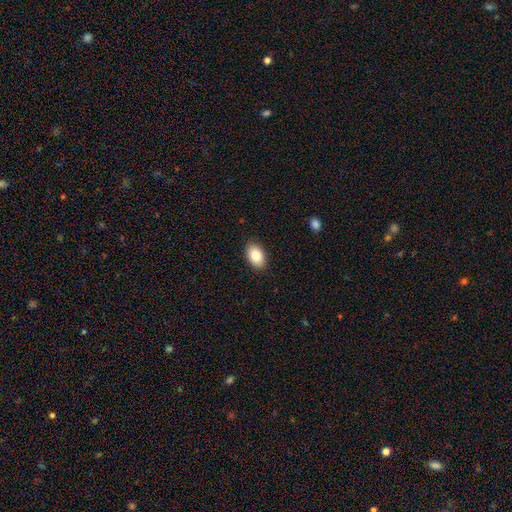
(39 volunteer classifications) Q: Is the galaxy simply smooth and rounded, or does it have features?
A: smooth — 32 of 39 (82%).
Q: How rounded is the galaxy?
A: in between — 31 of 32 (97%).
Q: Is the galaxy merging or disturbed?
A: none — 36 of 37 (97%).